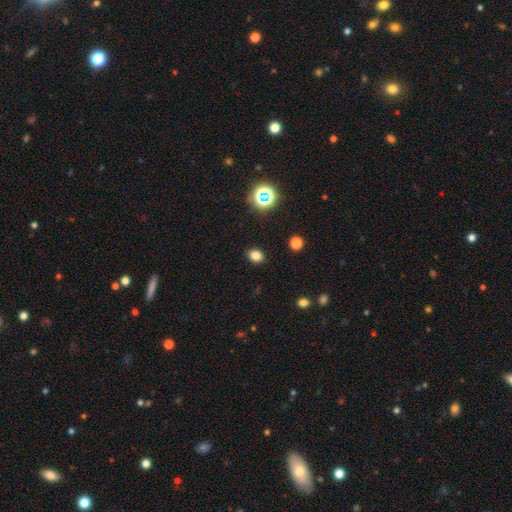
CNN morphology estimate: The model was most divided on "how rounded": in between: 55%, round: 44%, cigar-shaped: 1%. More confident: merging — none (89%); smooth or featured — smooth (79%).